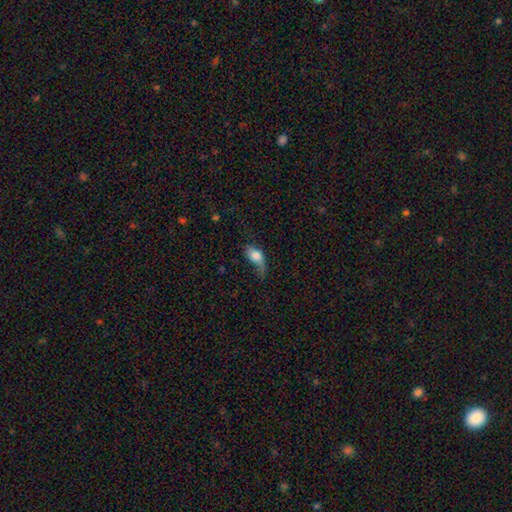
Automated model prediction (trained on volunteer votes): smooth-or-featured: smooth: 69% | featured or disk: 23% | star or artifact: 8%
  how-rounded: in between: 80% | round: 13% | cigar-shaped: 6%
  merging: major disturbance: 42% | minor disturbance: 30% | none: 24% | merger: 5%